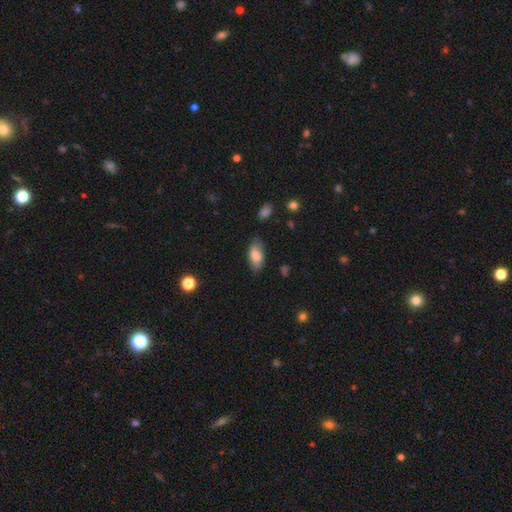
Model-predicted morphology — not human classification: Smooth or featured? Predicted: smooth (p=0.81). How rounded? Predicted: in between (p=0.89). Merging? Predicted: none (p=0.74).